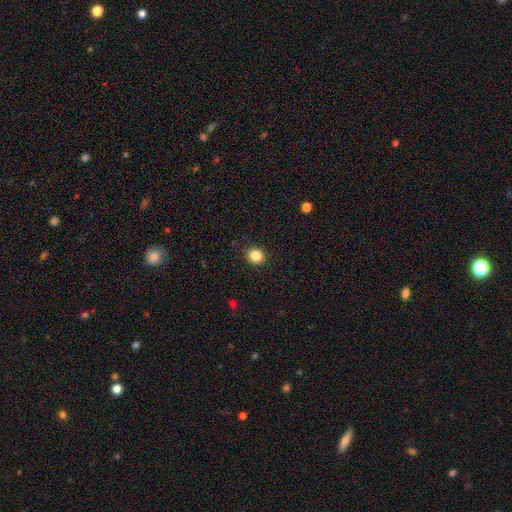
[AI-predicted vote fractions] Overall: smooth (84%). How rounded: round (81%). Merging: none (90%).